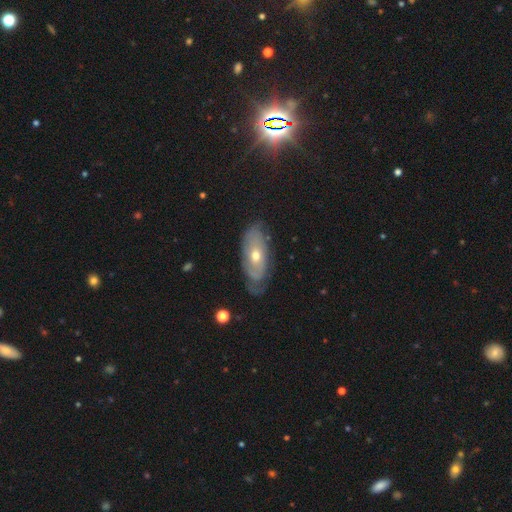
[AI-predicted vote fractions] This appears to be a featured or disk galaxy (68%) with no bar (81%), spiral arms (68%) and a moderate central bulge (57%). Merging: none (73%).